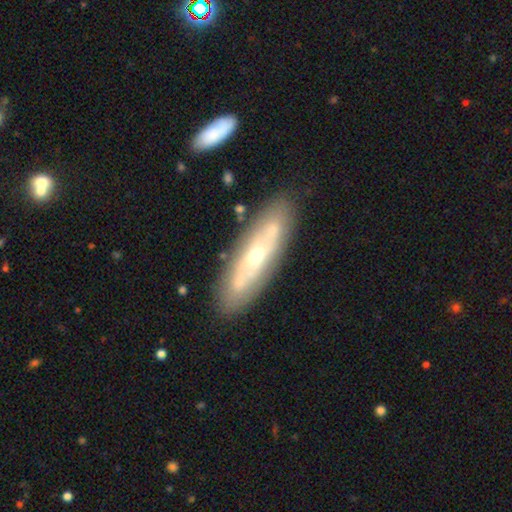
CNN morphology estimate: smooth-or-featured: featured or disk: 66% | smooth: 27% | star or artifact: 6%
  disk-edge-on: no: 73% | yes: 27%
  merging: none: 80% | minor disturbance: 13% | merger: 4% | major disturbance: 3%